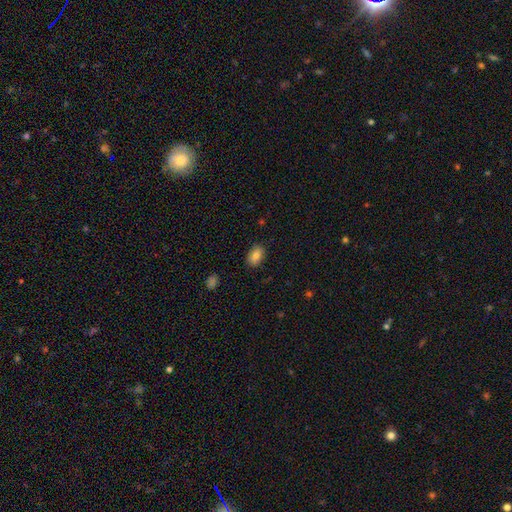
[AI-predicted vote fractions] This appears to be a smooth galaxy with no disk features (83%) that is in between round and cigar-shaped (87%). Merging: none (86%).